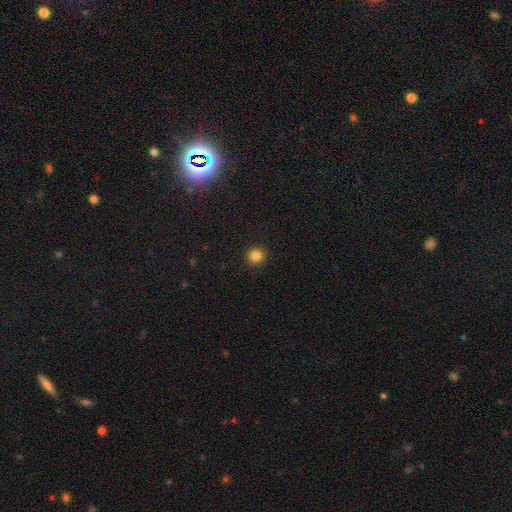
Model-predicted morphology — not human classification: smooth_or_featured: smooth (p=0.84) [alt: star or artifact p=0.12]
how_rounded: round (p=0.92) [alt: in between p=0.07]
merging: none (p=0.93) [alt: minor disturbance p=0.05]